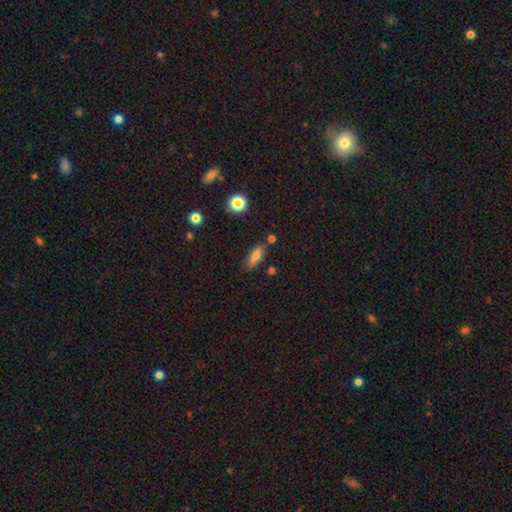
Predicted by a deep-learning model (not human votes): A smooth galaxy with no disk features (71%) that is in between round and cigar-shaped (62%). Merging: none (79%).